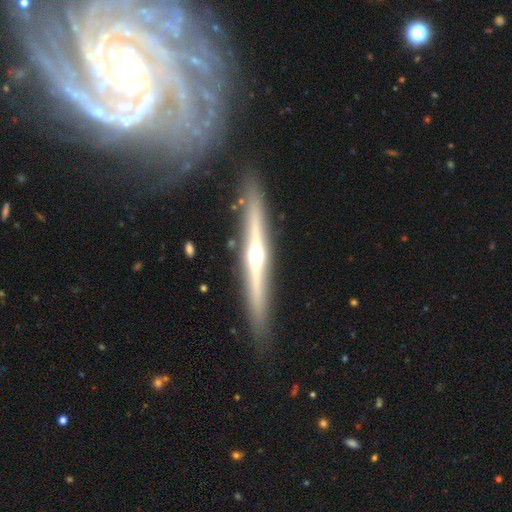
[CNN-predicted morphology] type=featured or disk (77%); edge-on=yes (97%); edge-on bulge=rounded (92%); merging=none (87%).